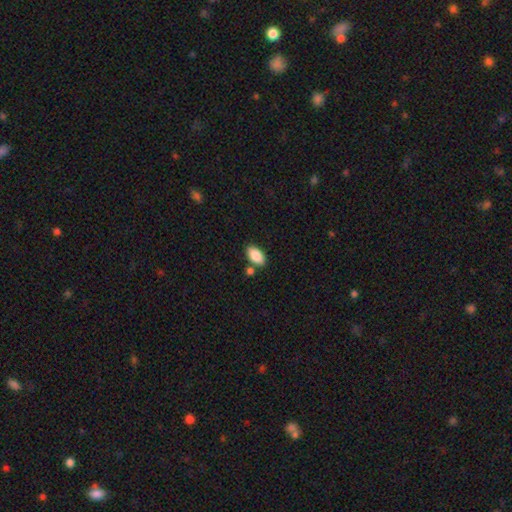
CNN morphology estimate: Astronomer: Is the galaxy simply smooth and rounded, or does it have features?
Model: smooth — 87%.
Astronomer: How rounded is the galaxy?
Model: in between — 94%.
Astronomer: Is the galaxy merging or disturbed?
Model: none — 78%.